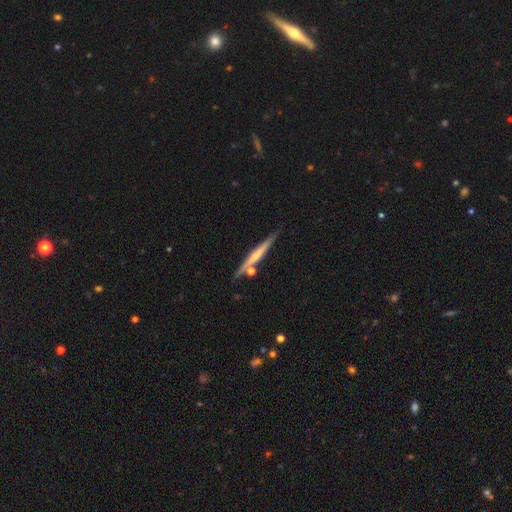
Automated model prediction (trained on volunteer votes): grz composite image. It shows a featured or disk galaxy (58%) viewed edge-on (96%) with no central bulge (53%). Merging: none (75%).